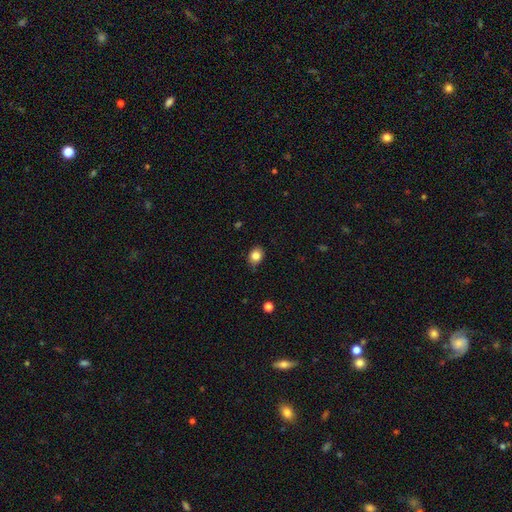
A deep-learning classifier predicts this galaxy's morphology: This is clearly a smooth galaxy (83%). How rounded: possibly in between (56%). Merging: likely none (77%).